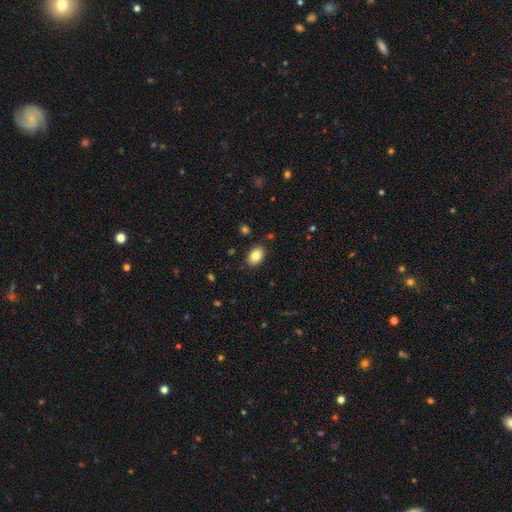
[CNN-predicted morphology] Smooth or featured? smooth (83%)
How rounded? in between (85%)
Merging? none (87%)